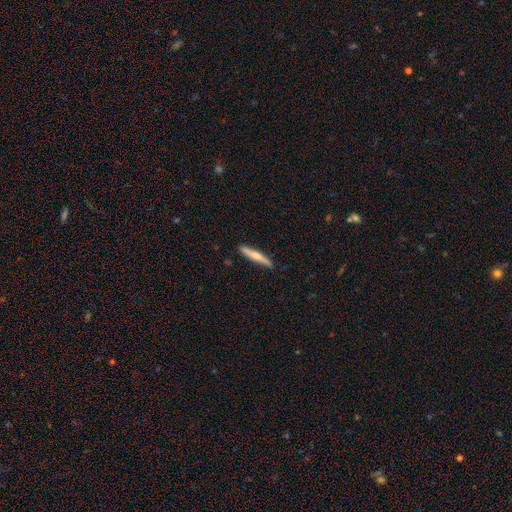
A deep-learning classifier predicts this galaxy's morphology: This appears to be a smooth galaxy with no disk features (54%) that is cigar-shaped (94%). Merging: none (88%).